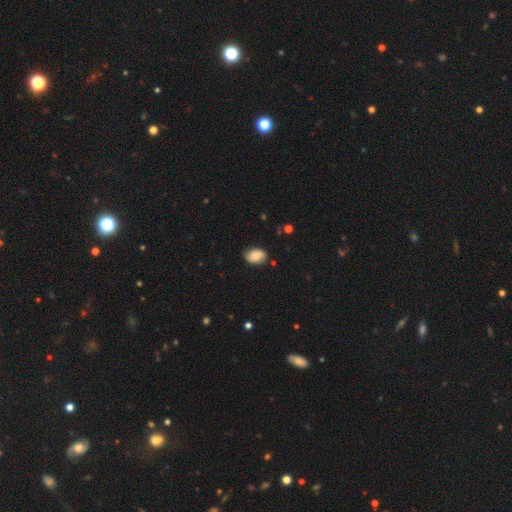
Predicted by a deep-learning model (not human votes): Overall: smooth (66%). How rounded: in between (80%). Merging: none (80%).